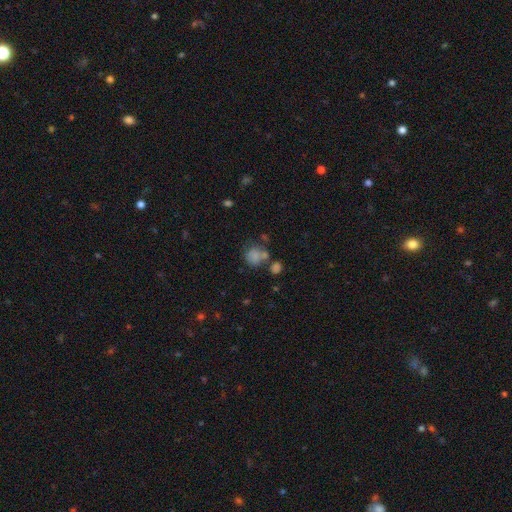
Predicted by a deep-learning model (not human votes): Q: Smooth or featured?
A: smooth (74%); runner-up: star or artifact (13%)
Q: How rounded?
A: round (68%); runner-up: in between (31%)
Q: Merging?
A: none (41%); runner-up: merger (30%)